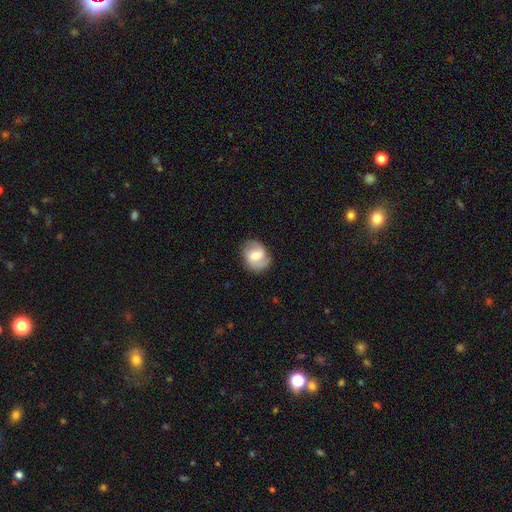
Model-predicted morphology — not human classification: Smooth or featured? featured or disk (51%)
Edge-on disk? no (96%)
Merging? none (74%)